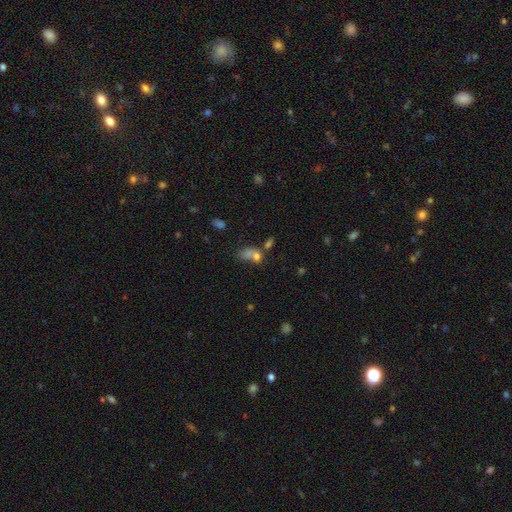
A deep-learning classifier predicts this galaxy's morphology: The model was most divided on "merging": merger: 48%, none: 25%, major disturbance: 15%, minor disturbance: 13%. More confident: smooth or featured — smooth (69%); how rounded — in between (61%).